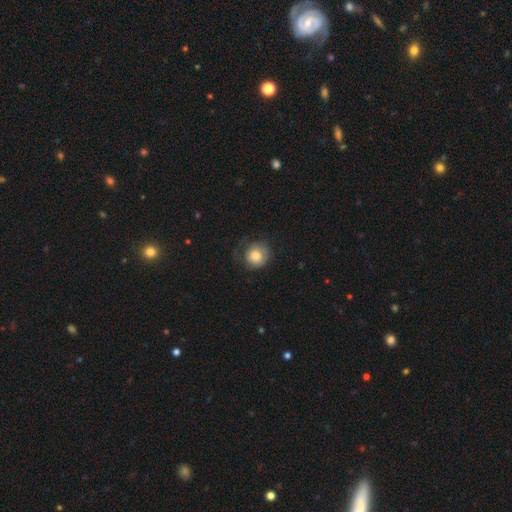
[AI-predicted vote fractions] This appears to be a smooth galaxy with no disk features (75%) that is round (84%). Merging: none (54%).